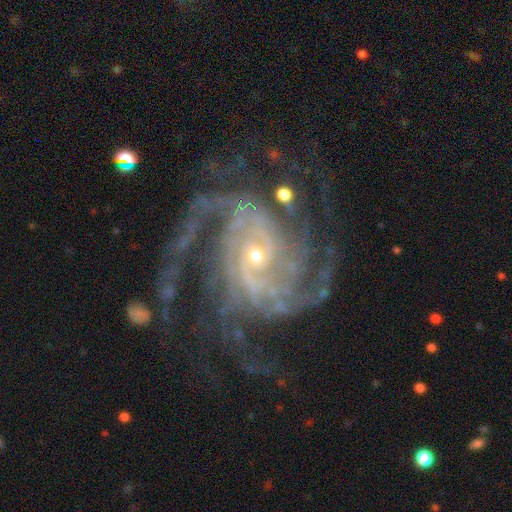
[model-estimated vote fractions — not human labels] Overall: featured or disk (92%). Edge-on disk: no (98%). Bar: no (52%; weak 32%). Spiral arms: yes (98%). Spiral arm count: 2 (29%; 3 20%). Spiral winding: medium (44%, tied with tight). Bulge size: small (76%). Merging: none (65%).